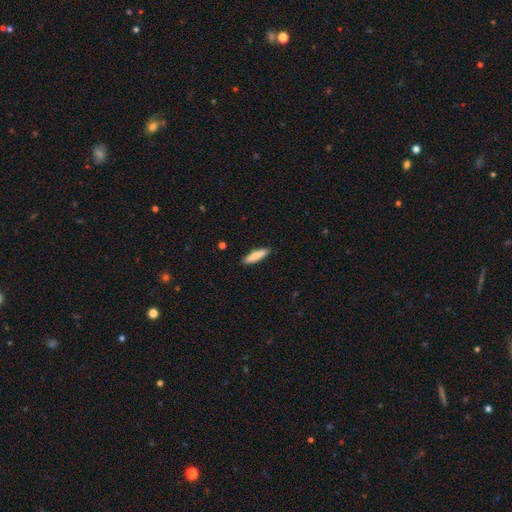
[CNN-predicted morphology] A smooth galaxy with no disk features (84%) that is cigar-shaped (79%). Merging: none (89%).